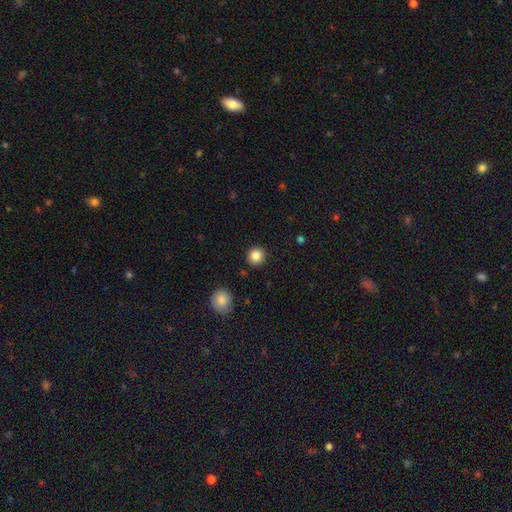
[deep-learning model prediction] A smooth galaxy with no disk features (86%) that is round (92%). Merging: none (91%).